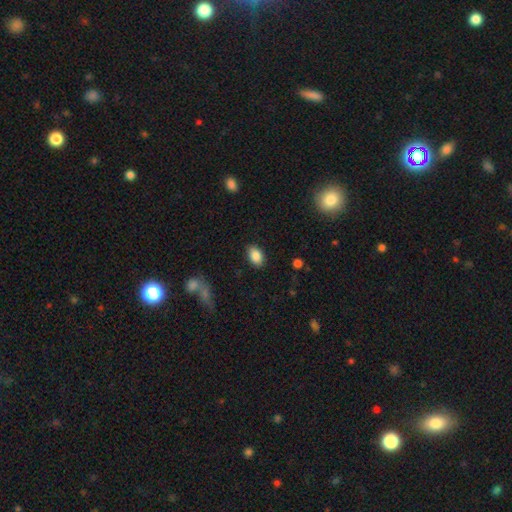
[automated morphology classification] The model was most divided on "merging": none: 86%, minor disturbance: 10%, major disturbance: 3%, merger: 1%. More confident: how rounded — in between (87%); smooth or featured — smooth (87%).